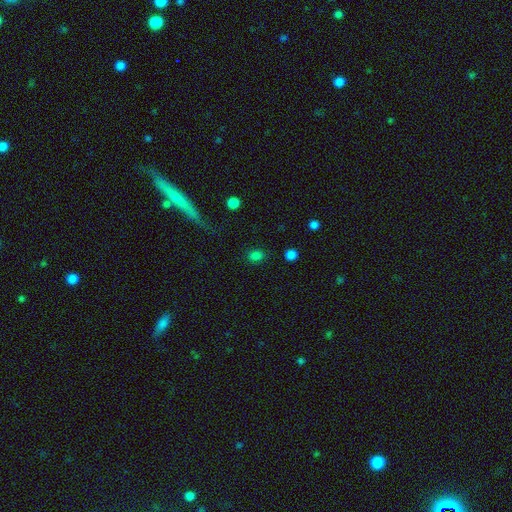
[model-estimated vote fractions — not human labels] smooth-or-featured: smooth: 81% | star or artifact: 15% | featured or disk: 4%
  how-rounded: in between: 59% | round: 39% | cigar-shaped: 2%
  merging: none: 82% | minor disturbance: 11% | major disturbance: 5% | merger: 3%